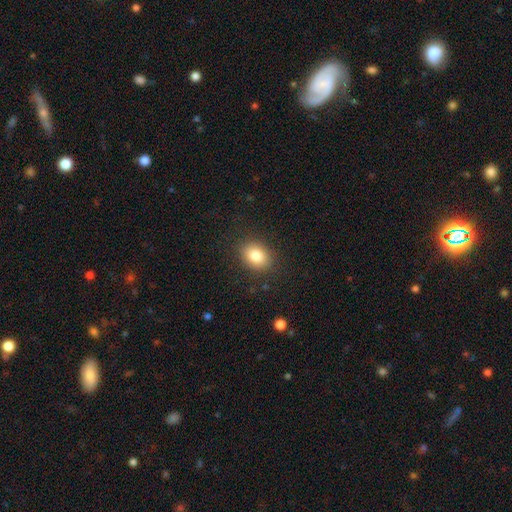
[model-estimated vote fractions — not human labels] Smooth or featured?
  - smooth: 83% *
  - star or artifact: 10%
  - featured or disk: 8%
How rounded?
  - in between: 58% *
  - round: 41%
  - cigar-shaped: 1%
Merging?
  - none: 87% *
  - minor disturbance: 9%
  - major disturbance: 3%
  - merger: 1%